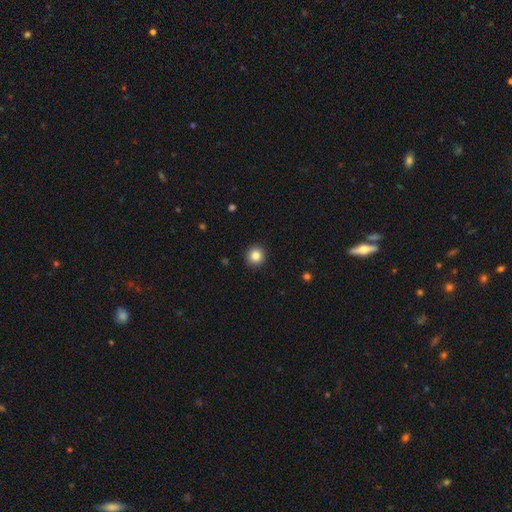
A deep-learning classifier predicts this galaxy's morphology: A smooth galaxy with no disk features (84%) that is round (94%). Merging: none (93%).